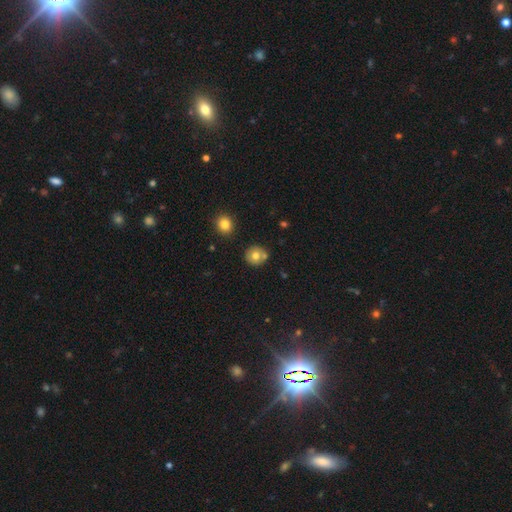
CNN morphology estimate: Smooth or featured? Predicted: smooth (p=0.73). How rounded? Predicted: round (p=0.89). Merging? Predicted: none (p=0.71).